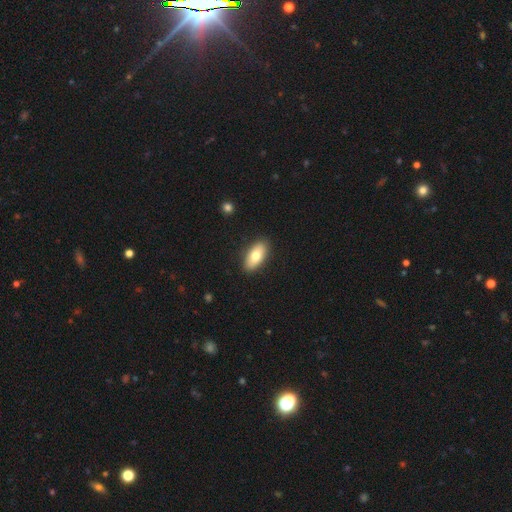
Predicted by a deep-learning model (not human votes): This appears to be a smooth galaxy with no disk features (76%) that is in between round and cigar-shaped (89%). Merging: none (89%).